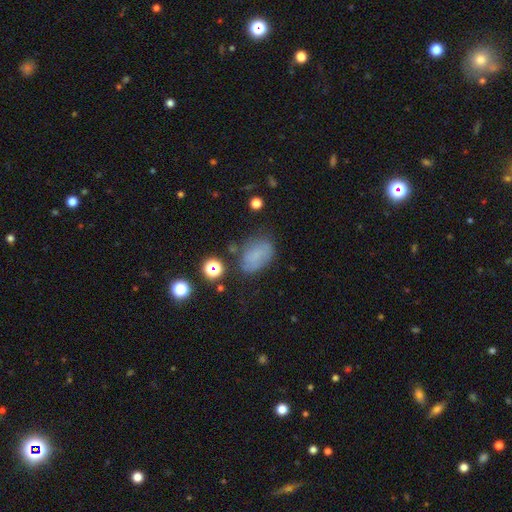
This appears to be a smooth galaxy with no disk features (72%) that is in between round and cigar-shaped (79%). Merging: none (54%).